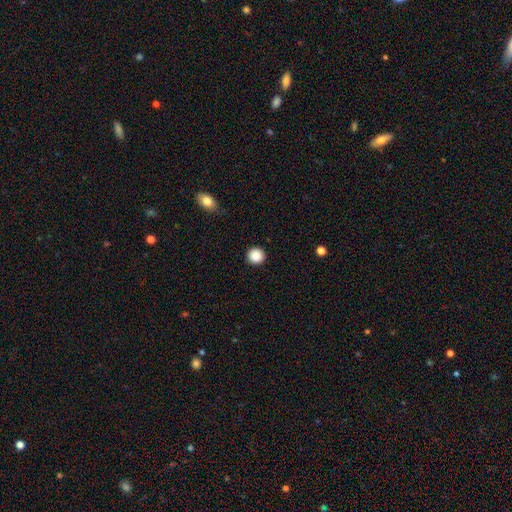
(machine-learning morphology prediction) A smooth galaxy with no disk features (89%) that is round (95%).

Vote fractions:
- Smooth or featured? smooth: 89% / star or artifact: 9% / featured or disk: 2%
- How rounded? round: 95% / in between: 4% / cigar-shaped: 1%
- Merging? none: 93% / minor disturbance: 5% / major disturbance: 2% / merger: 1%